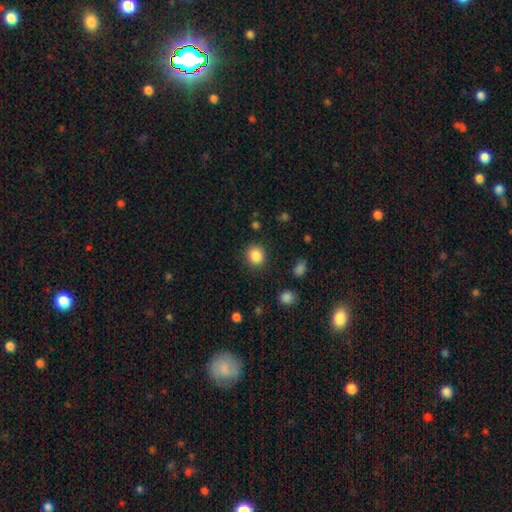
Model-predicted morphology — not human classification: smooth 86%, star or artifact 10%, featured or disk 4%. Down the decision tree: how rounded — round (82%); merging — none (88%).